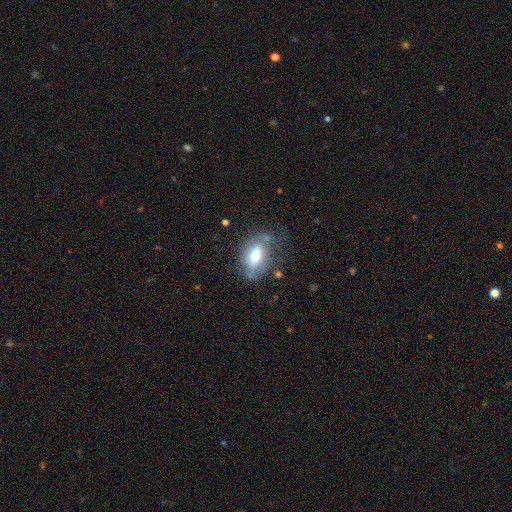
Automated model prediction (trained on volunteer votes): A smooth galaxy with no disk features (65%) that is in between round and cigar-shaped (83%).

Vote fractions:
- Smooth or featured? smooth: 65% / featured or disk: 26% / star or artifact: 9%
- How rounded? in between: 83% / round: 14% / cigar-shaped: 3%
- Merging? none: 55% / minor disturbance: 27% / major disturbance: 12% / merger: 7%